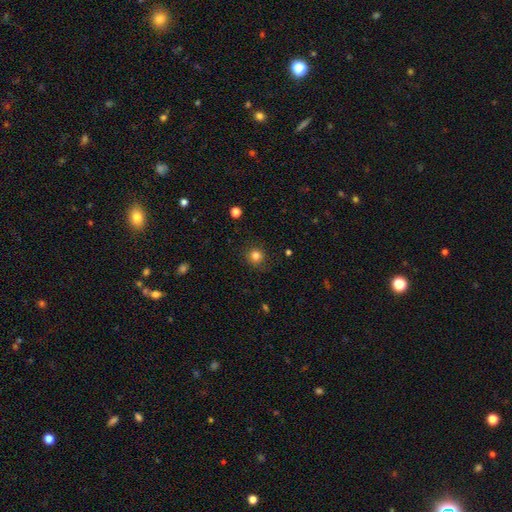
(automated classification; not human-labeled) smooth_or_featured: smooth (p=0.81) [alt: star or artifact p=0.13]
how_rounded: round (p=0.92) [alt: in between p=0.07]
merging: none (p=0.86) [alt: minor disturbance p=0.10]